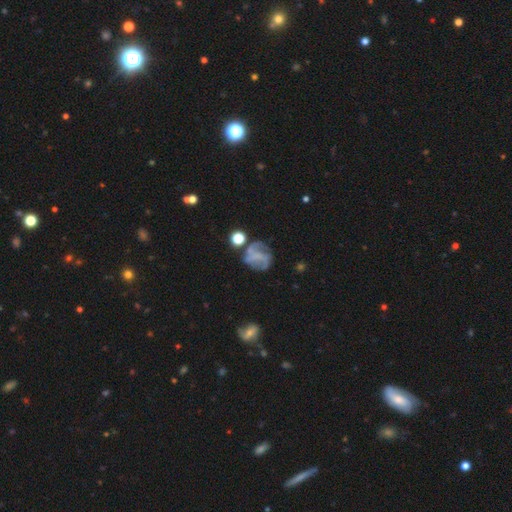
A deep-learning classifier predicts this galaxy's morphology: The model was most divided on "merging": none: 48%, major disturbance: 23%, minor disturbance: 21%, merger: 8%. More confident: edge-on disk — no (98%); bulge size — none (73%); spiral arms — yes (67%); smooth or featured — featured or disk (59%); bar — no (59%).